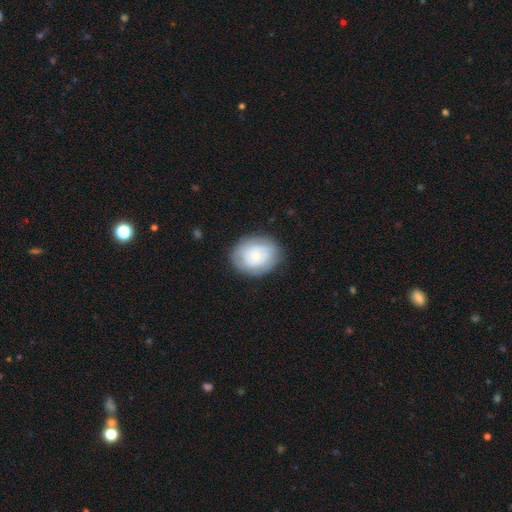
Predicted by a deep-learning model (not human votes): Overall: featured or disk (47%; smooth 46%). Merging: none (75%).